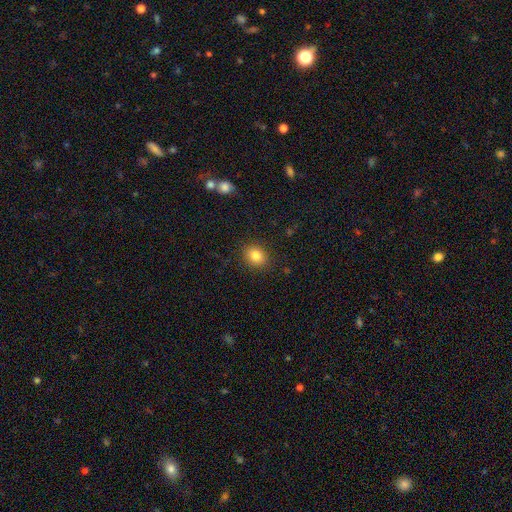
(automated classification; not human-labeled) smooth-or-featured: smooth: 83% | star or artifact: 10% | featured or disk: 7%
  how-rounded: round: 61% | in between: 38% | cigar-shaped: 1%
  merging: none: 89% | minor disturbance: 8% | major disturbance: 2% | merger: 1%